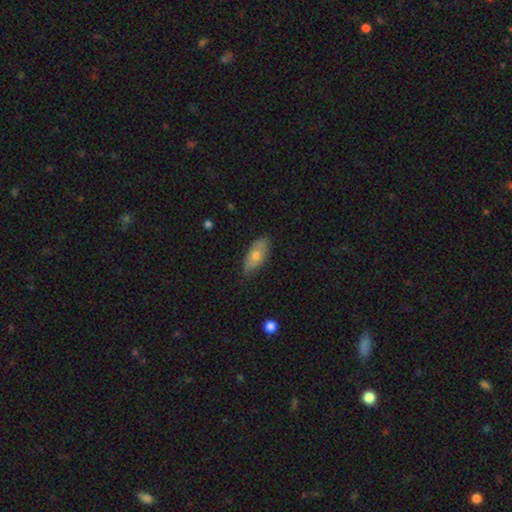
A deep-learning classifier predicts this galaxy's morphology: Q: Smooth or featured?
A: smooth (66%); runner-up: featured or disk (26%)
Q: How rounded?
A: in between (85%); runner-up: cigar-shaped (12%)
Q: Merging?
A: none (72%); runner-up: minor disturbance (23%)